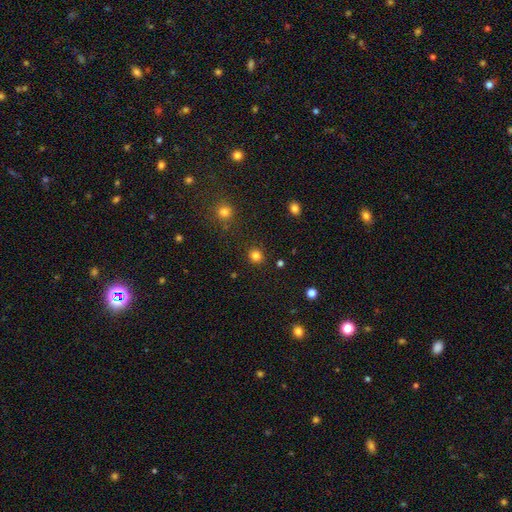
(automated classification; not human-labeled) The model was most divided on "smooth or featured": smooth: 81%, star or artifact: 14%, featured or disk: 4%. More confident: merging — none (90%); how rounded — round (89%).